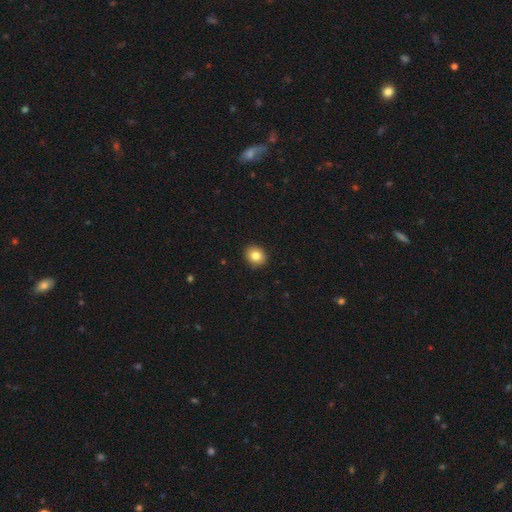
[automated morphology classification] smooth 82%, star or artifact 10%, featured or disk 8%. Down the decision tree: how rounded — round (67%); merging — none (91%).